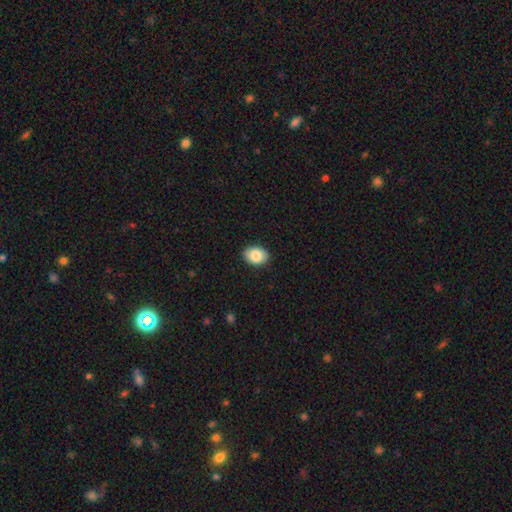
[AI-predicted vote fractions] Morphology: type=smooth (85%); roundness=in between (72%); merging=none (88%).